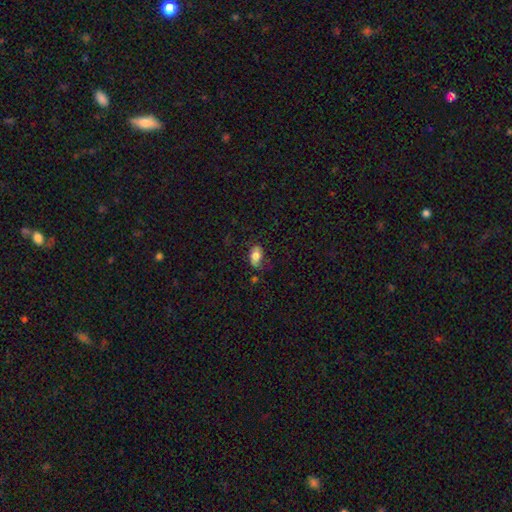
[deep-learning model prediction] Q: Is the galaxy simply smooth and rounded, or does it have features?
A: smooth — 77%.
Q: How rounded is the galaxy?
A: in between — 90%.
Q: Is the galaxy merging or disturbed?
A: none — 68%.